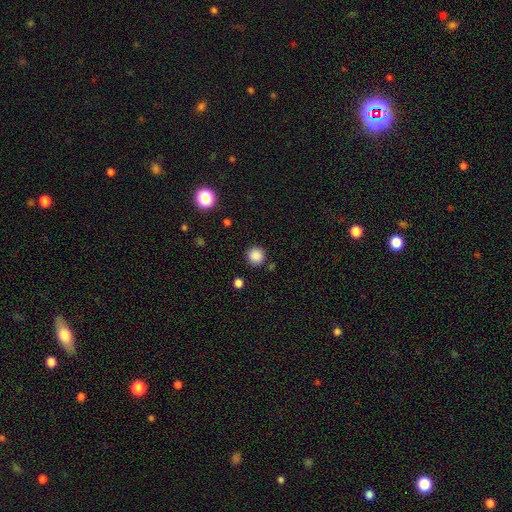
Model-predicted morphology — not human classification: This appears to be a smooth galaxy with no disk features (86%) that is round (94%). Merging: none (87%).